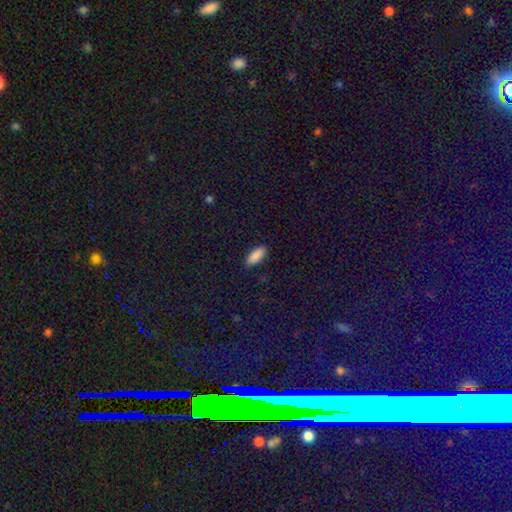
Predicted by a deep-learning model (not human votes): smooth 90%, star or artifact 7%, featured or disk 4%. Down the decision tree: how rounded — in between (81%); merging — none (88%).